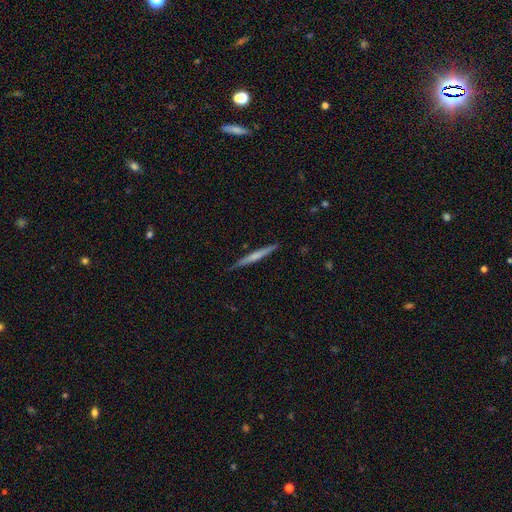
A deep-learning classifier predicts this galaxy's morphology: smooth_or_featured: featured or disk (p=0.47) [tied with: smooth p=0.47]
merging: none (p=0.88) [alt: minor disturbance p=0.09]